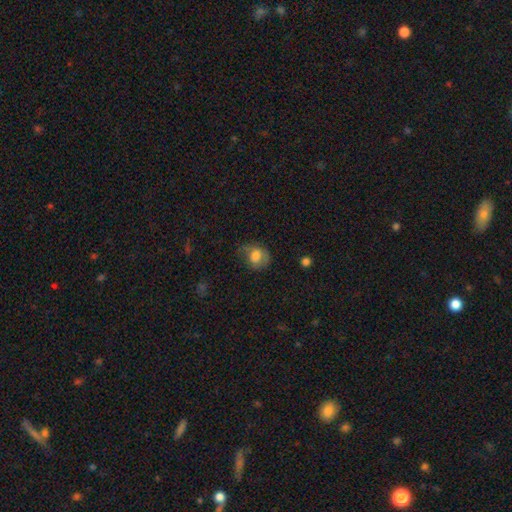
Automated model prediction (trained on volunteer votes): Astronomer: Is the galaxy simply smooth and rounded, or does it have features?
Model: smooth — 75%.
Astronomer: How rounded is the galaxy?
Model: round — 61% (runner-up: in between, 38%).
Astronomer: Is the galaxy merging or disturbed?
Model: none — 48% (runner-up: minor disturbance, 31%).